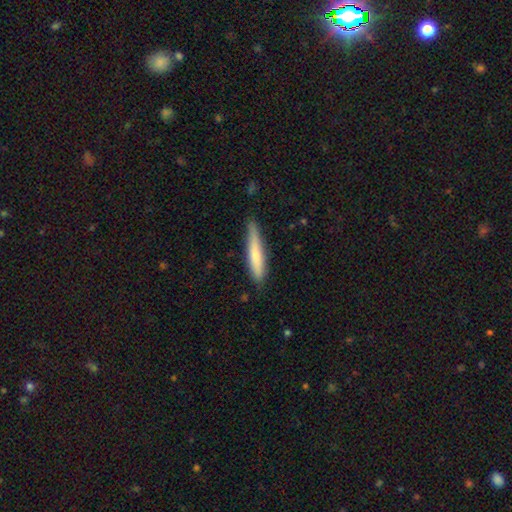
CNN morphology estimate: Smooth or featured? Predicted: smooth (p=0.65). How rounded? Predicted: cigar-shaped (p=0.90). Merging? Predicted: none (p=0.78).